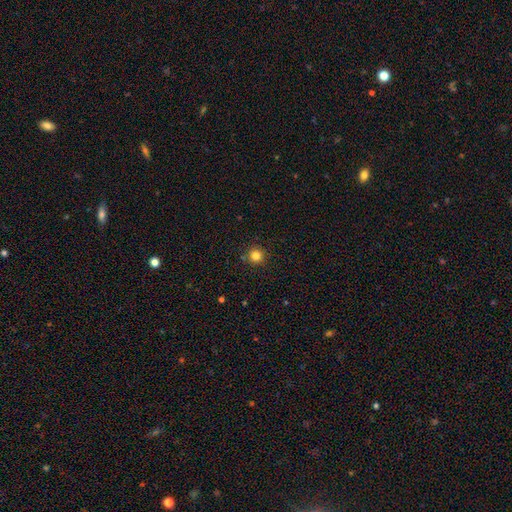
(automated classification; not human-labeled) smooth_or_featured: smooth (p=0.82) [alt: star or artifact p=0.13]
how_rounded: round (p=0.95) [alt: in between p=0.04]
merging: none (p=0.89) [alt: minor disturbance p=0.07]